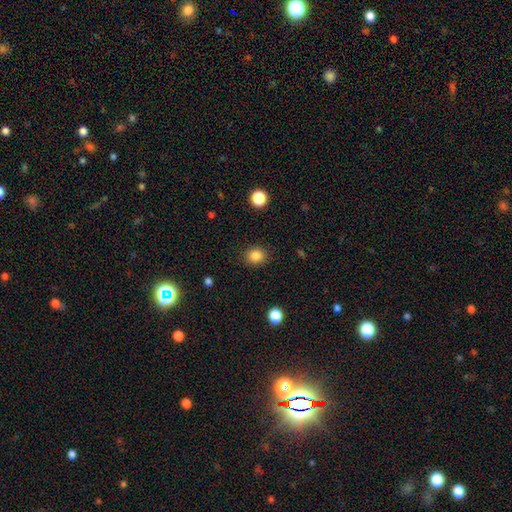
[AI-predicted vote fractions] smooth 85%, star or artifact 11%, featured or disk 5%. Down the decision tree: how rounded — round (70%); merging — none (89%).